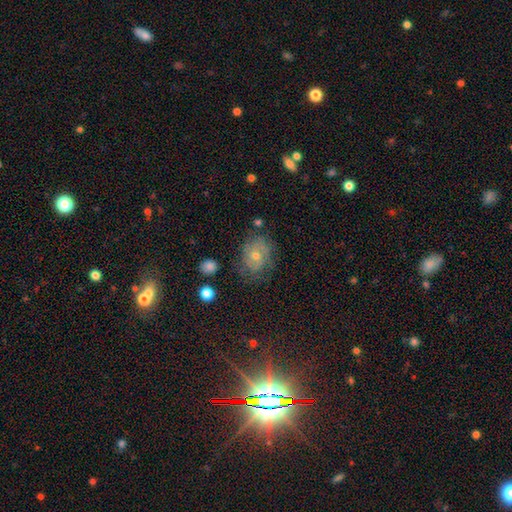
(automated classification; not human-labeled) Smooth or featured: featured or disk — 60% (smooth — 20%)
Edge-on disk: no — 96% (yes — 4%)
Bar: no — 73% (weak — 22%)
Spiral arms: yes — 82% (no — 18%)
Bulge size: moderate — 52% (small — 44%)
Merging: none — 75% (minor disturbance — 17%)